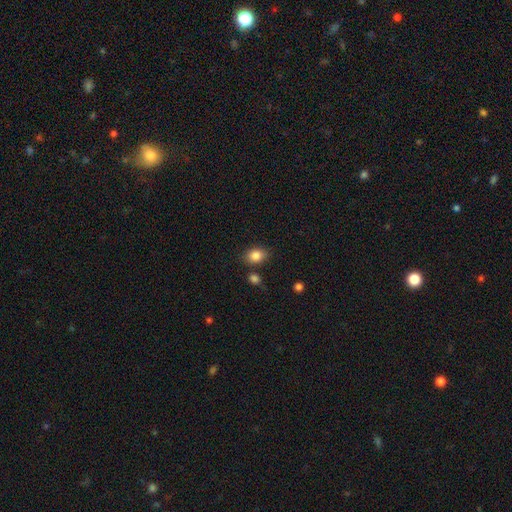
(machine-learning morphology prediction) Smooth or featured? smooth (85%)
How rounded? in between (62%)
Merging? none (77%)